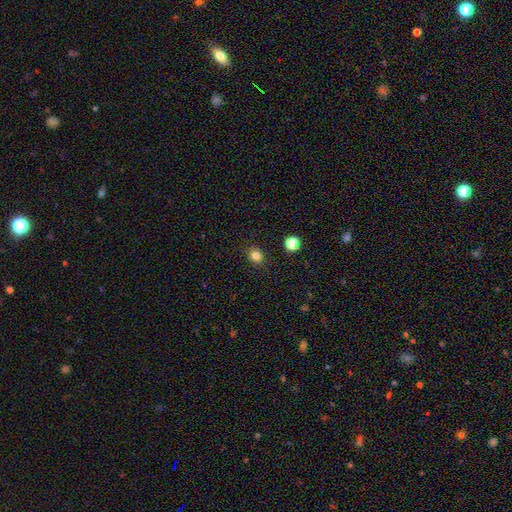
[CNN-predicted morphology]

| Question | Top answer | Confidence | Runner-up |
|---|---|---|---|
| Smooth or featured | smooth | 81% | star or artifact (13%) |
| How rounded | round | 80% | in between (19%) |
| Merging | none | 89% | minor disturbance (7%) |